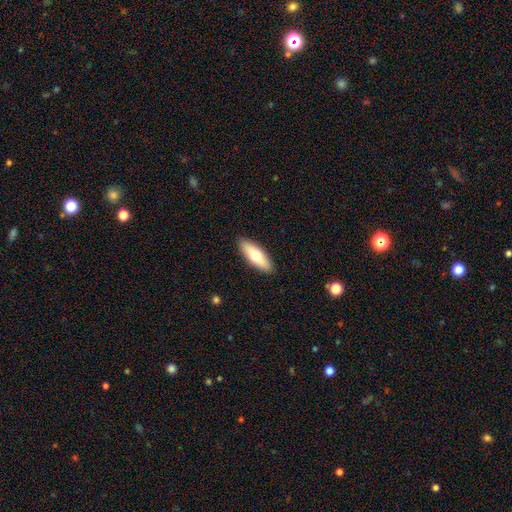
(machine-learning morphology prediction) type=smooth (65%); roundness=in between (58%); merging=none (90%).